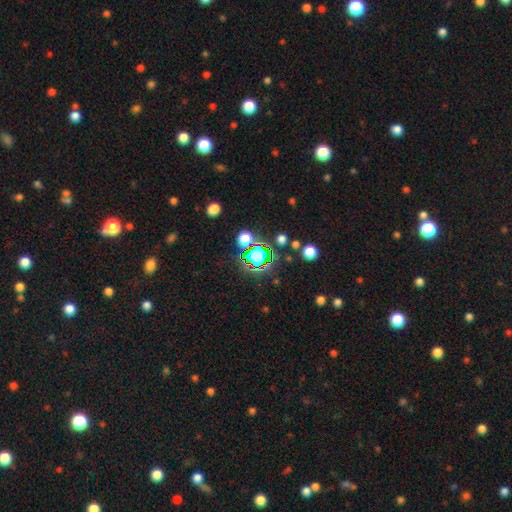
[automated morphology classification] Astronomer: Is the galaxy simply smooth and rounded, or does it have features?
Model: star or artifact — 61%.